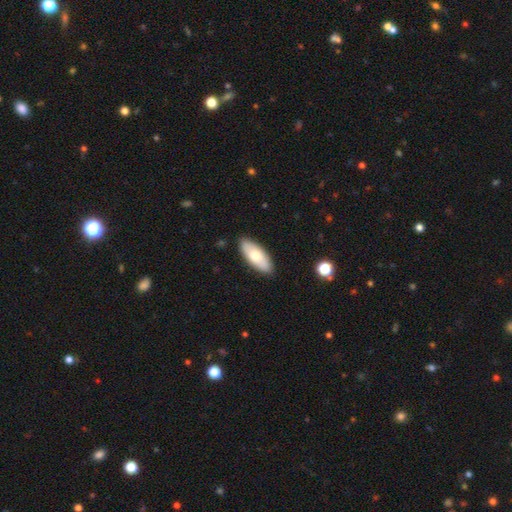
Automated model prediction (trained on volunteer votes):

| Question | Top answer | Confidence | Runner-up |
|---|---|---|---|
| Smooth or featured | smooth | 68% | featured or disk (27%) |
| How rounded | in between | 84% | cigar-shaped (14%) |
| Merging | none | 88% | minor disturbance (9%) |